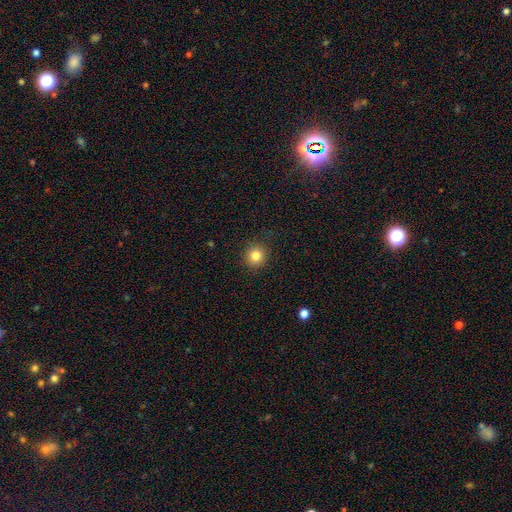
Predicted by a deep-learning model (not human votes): A smooth galaxy with no disk features (83%) that is round (91%). Merging: none (90%).